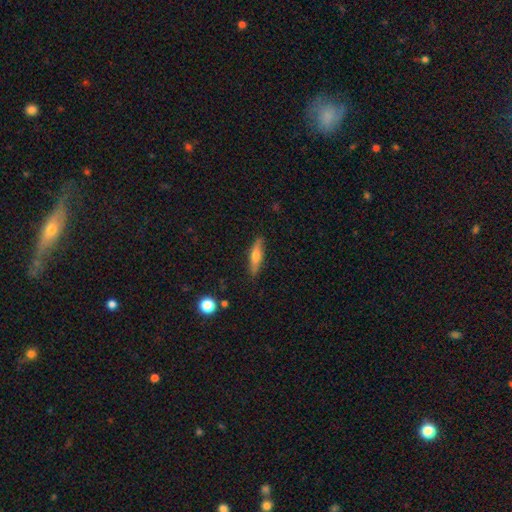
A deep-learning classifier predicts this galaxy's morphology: A smooth galaxy with no disk features (56%) that is cigar-shaped (73%). Merging: none (85%).